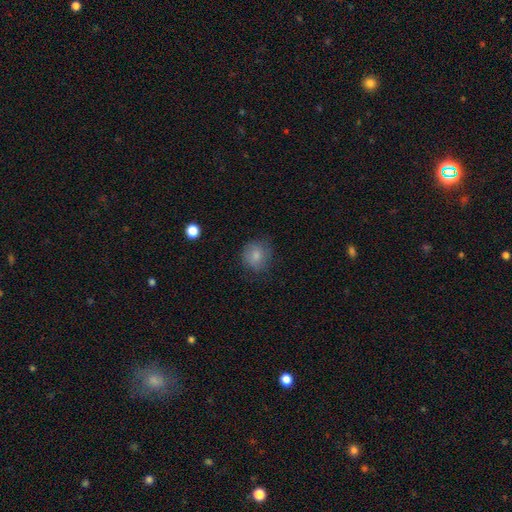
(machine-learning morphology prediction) Smooth or featured: smooth — 81% (featured or disk — 10%)
How rounded: round — 79% (in between — 21%)
Merging: none — 72% (minor disturbance — 20%)